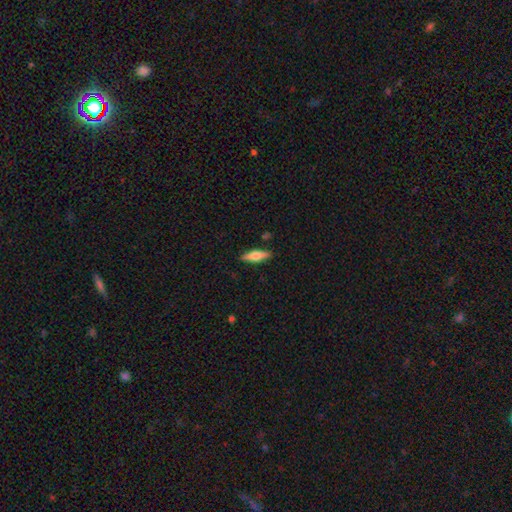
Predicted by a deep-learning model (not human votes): Smooth or featured?
  - smooth: 52% *
  - featured or disk: 42%
  - star or artifact: 6%
How rounded?
  - cigar-shaped: 60% *
  - in between: 38%
  - round: 2%
Merging?
  - none: 88% *
  - minor disturbance: 9%
  - major disturbance: 2%
  - merger: 2%